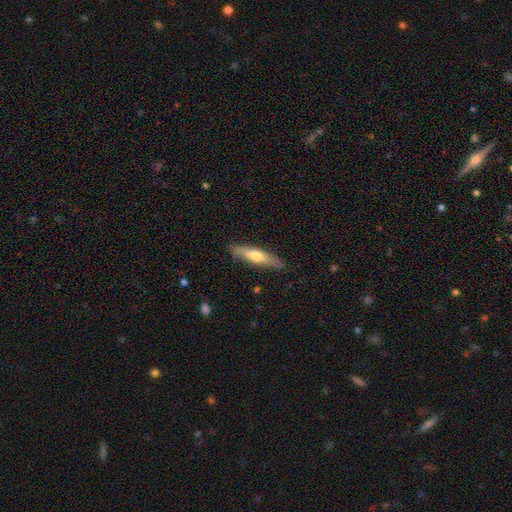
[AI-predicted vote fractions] The model was most divided on "smooth or featured": smooth: 54%, featured or disk: 40%, star or artifact: 5%. More confident: merging — none (87%); how rounded — cigar-shaped (82%).